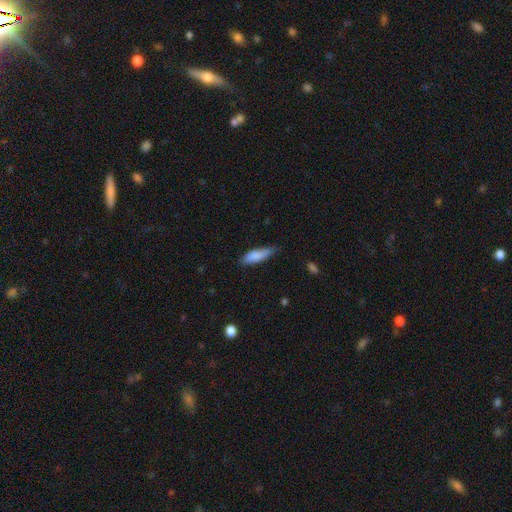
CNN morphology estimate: Smooth or featured? smooth (83%)
How rounded? cigar-shaped (54%)
Merging? none (64%)